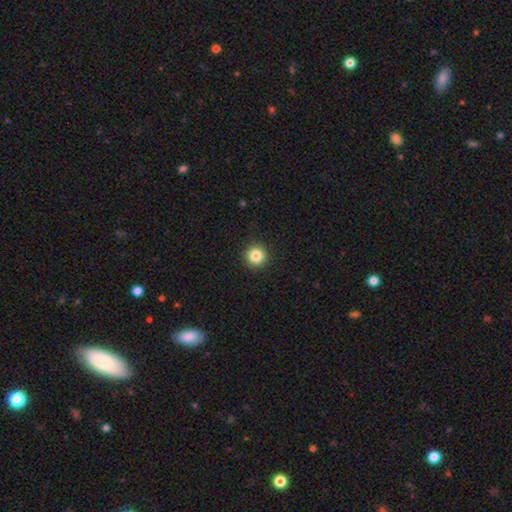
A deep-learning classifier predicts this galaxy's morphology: Q: Smooth or featured?
A: smooth (84%); runner-up: star or artifact (11%)
Q: How rounded?
A: round (96%); runner-up: in between (3%)
Q: Merging?
A: none (93%); runner-up: minor disturbance (5%)